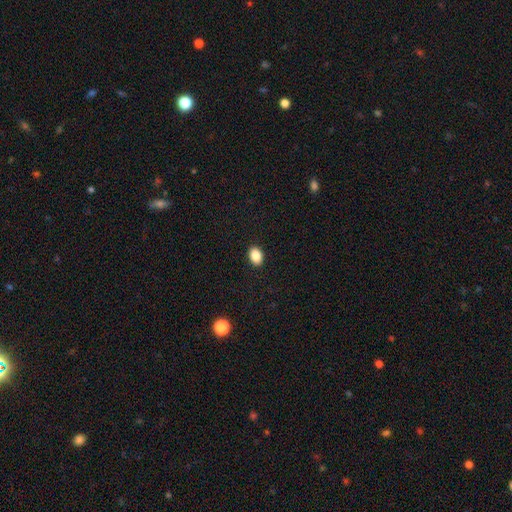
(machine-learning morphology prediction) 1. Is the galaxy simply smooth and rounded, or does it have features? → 88% smooth, 9% star or artifact, 4% featured or disk.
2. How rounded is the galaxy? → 77% in between, 22% round, 1% cigar-shaped.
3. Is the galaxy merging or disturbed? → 91% none, 6% minor disturbance, 2% major disturbance, 1% merger.